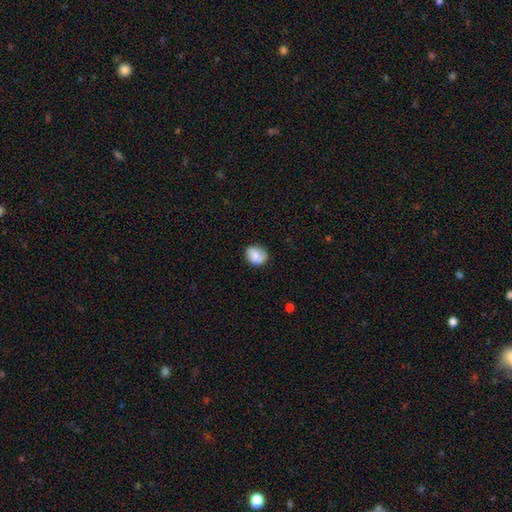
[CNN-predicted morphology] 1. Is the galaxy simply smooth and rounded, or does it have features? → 73% smooth, 19% featured or disk, 8% star or artifact.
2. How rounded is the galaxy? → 61% round, 38% in between, 1% cigar-shaped.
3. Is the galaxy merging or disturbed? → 72% none, 21% minor disturbance, 6% major disturbance, 2% merger.